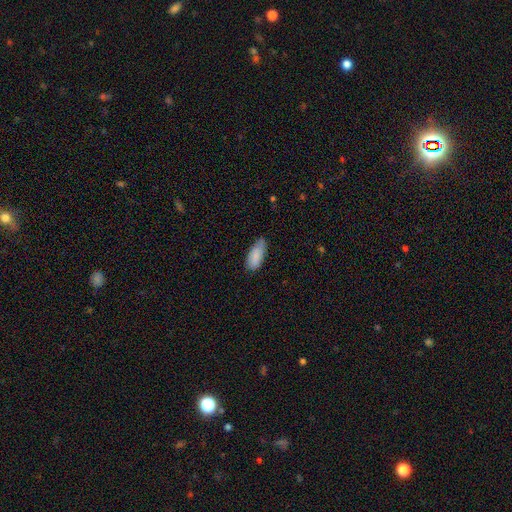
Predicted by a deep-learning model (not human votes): A smooth galaxy with no disk features (86%) that is in between round and cigar-shaped (84%).

Vote fractions:
- Smooth or featured? smooth: 86% / featured or disk: 8% / star or artifact: 6%
- How rounded? in between: 84% / cigar-shaped: 14% / round: 2%
- Merging? none: 62% / minor disturbance: 32% / major disturbance: 5% / merger: 2%